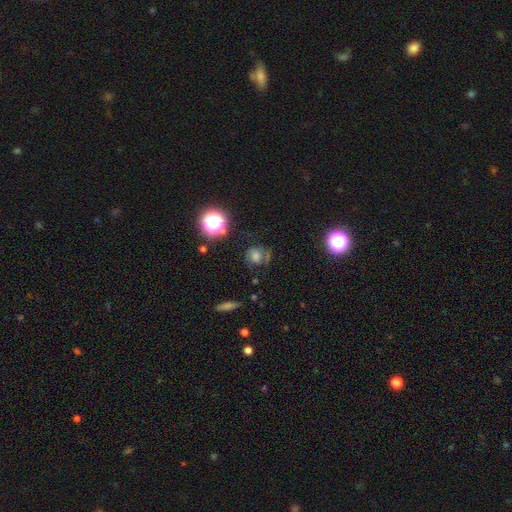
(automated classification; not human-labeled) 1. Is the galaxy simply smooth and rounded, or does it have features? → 49% smooth, 27% featured or disk, 24% star or artifact.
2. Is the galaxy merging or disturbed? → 60% none, 21% minor disturbance, 15% major disturbance, 4% merger.